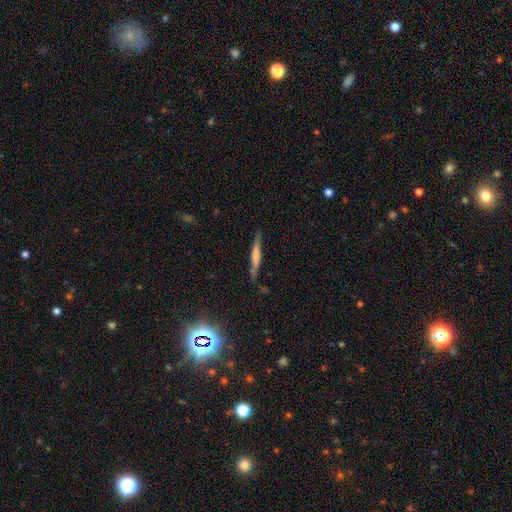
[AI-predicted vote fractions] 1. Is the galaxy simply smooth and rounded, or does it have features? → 49% featured or disk, 44% smooth, 7% star or artifact.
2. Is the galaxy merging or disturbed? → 78% none, 16% minor disturbance, 4% major disturbance, 2% merger.